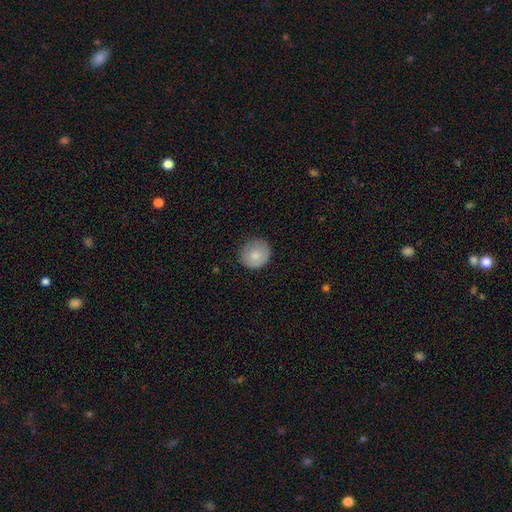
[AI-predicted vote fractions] A smooth galaxy with no disk features (80%) that is round (91%).

Vote fractions:
- Smooth or featured? smooth: 80% / featured or disk: 13% / star or artifact: 7%
- How rounded? round: 91% / in between: 8% / cigar-shaped: 1%
- Merging? none: 84% / minor disturbance: 12% / major disturbance: 3% / merger: 1%